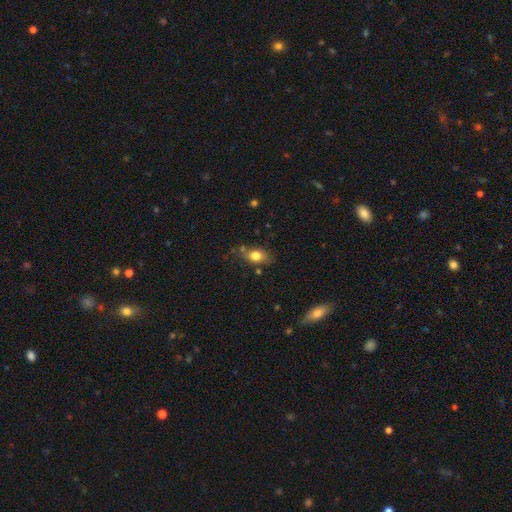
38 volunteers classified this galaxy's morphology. smooth 79%, featured or disk 13%, star or artifact 8%. Down the decision tree: how rounded — in between (80%); merging — none (60%).